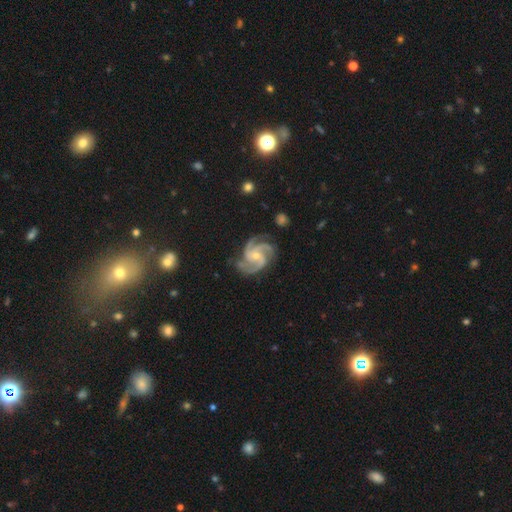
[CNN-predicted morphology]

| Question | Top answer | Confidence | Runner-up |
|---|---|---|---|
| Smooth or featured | featured or disk | 93% | star or artifact (4%) |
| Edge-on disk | no | 98% | yes (2%) |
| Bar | no | 62% | weak (28%) |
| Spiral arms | yes | 99% | no (1%) |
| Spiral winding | medium | 54% | tight (38%) |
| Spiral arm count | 3 | 63% | 4 (20%) |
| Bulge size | small | 65% | moderate (32%) |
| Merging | none | 74% | minor disturbance (18%) |